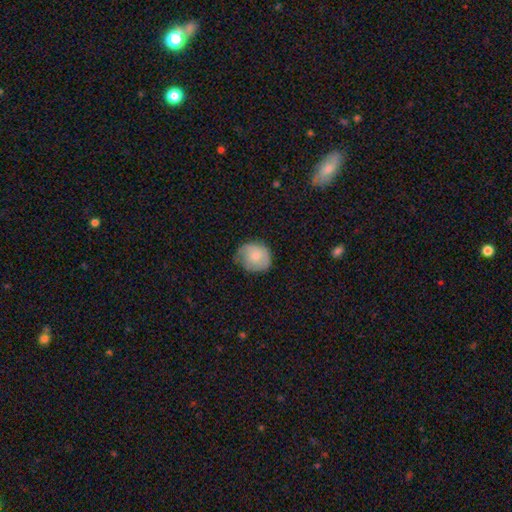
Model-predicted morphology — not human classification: Overall: smooth (74%). How rounded: round (74%). Merging: none (59%; minor disturbance 31%).